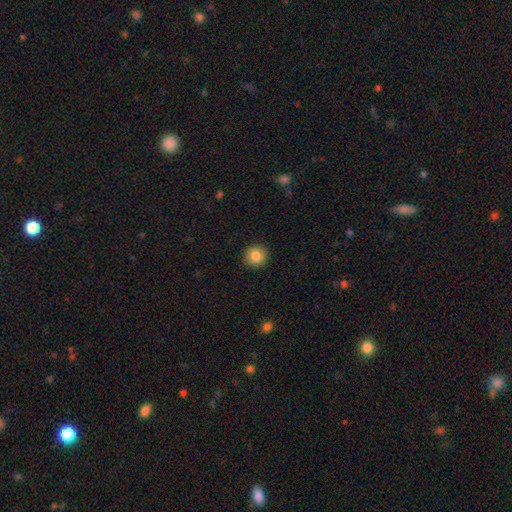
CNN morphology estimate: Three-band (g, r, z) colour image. It shows a smooth galaxy with no disk features (85%) that is round (93%). Merging: none (92%).